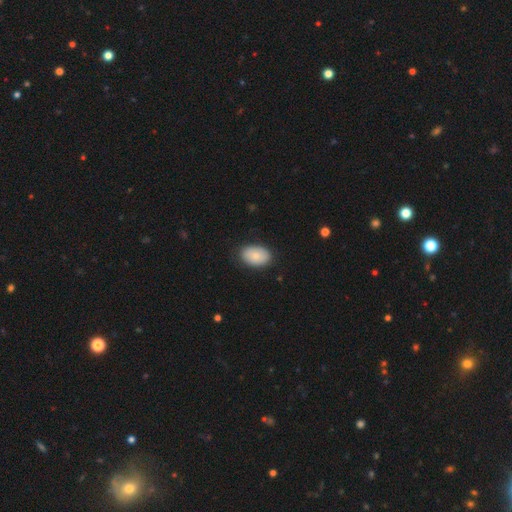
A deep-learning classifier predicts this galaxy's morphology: This is likely a smooth galaxy (79%). How rounded: clearly in between (88%). Merging: clearly none (82%).